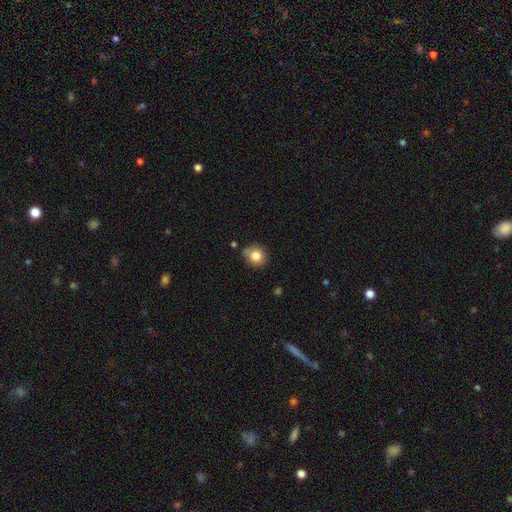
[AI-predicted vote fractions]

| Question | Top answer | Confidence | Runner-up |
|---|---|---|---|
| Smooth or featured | smooth | 81% | star or artifact (11%) |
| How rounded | round | 87% | in between (12%) |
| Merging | none | 73% | minor disturbance (16%) |